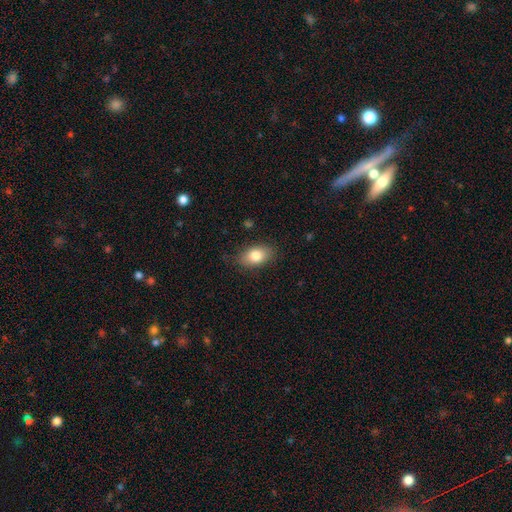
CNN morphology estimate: smooth_or_featured: smooth (p=0.81) [alt: featured or disk p=0.11]
how_rounded: in between (p=0.88) [alt: round p=0.10]
merging: none (p=0.83) [alt: minor disturbance p=0.13]